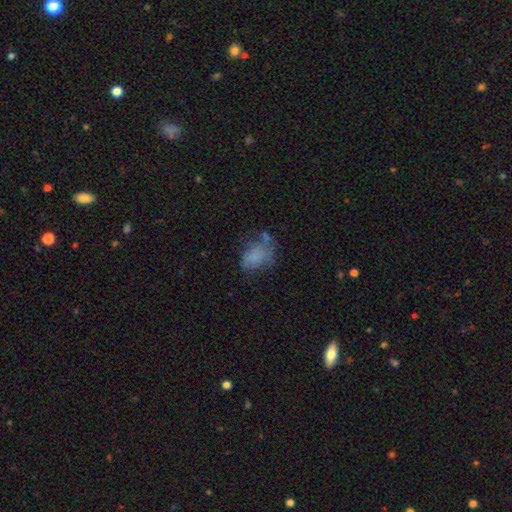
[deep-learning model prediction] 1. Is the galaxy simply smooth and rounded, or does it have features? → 69% smooth, 19% featured or disk, 12% star or artifact.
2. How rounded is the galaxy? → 85% in between, 14% round, 2% cigar-shaped.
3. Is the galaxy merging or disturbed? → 36% none, 29% minor disturbance, 26% major disturbance, 8% merger.